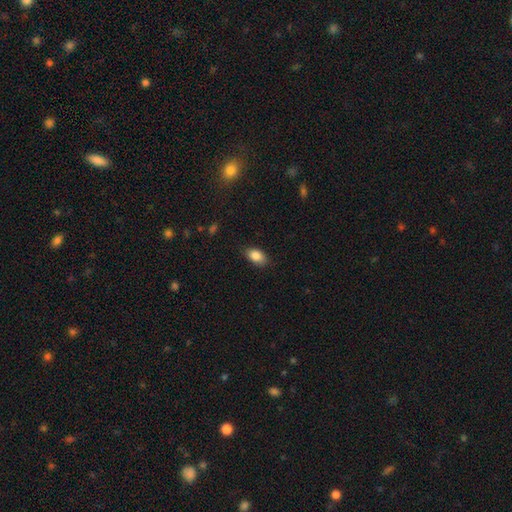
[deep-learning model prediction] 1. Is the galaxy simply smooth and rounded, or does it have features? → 86% smooth, 8% star or artifact, 6% featured or disk.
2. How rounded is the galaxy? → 89% in between, 8% round, 2% cigar-shaped.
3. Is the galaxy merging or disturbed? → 82% none, 14% minor disturbance, 3% major disturbance, 1% merger.